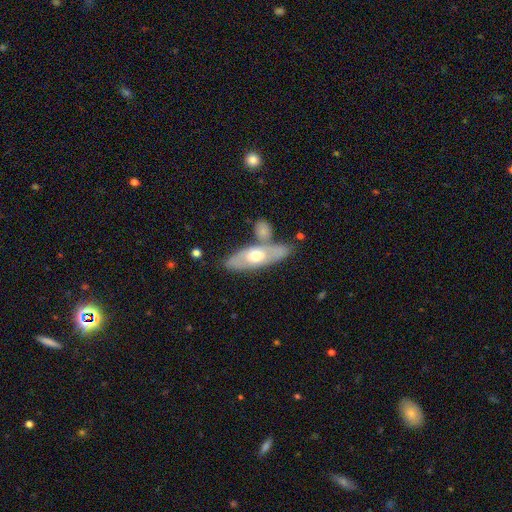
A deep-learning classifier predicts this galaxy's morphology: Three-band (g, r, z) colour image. It shows a featured or disk galaxy (49%). Merging: none (62%).